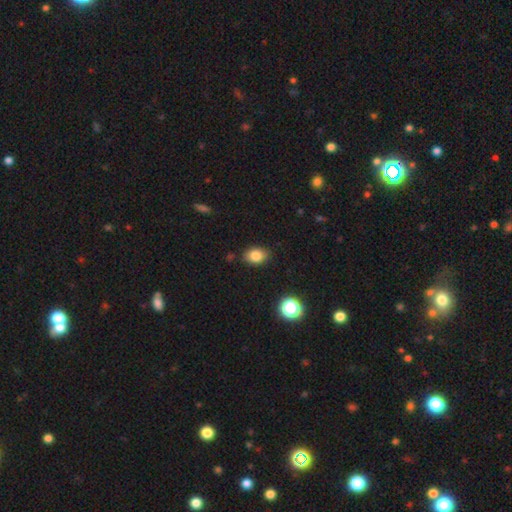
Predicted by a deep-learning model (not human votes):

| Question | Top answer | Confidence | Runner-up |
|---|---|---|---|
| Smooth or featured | smooth | 82% | star or artifact (11%) |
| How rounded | in between | 75% | round (24%) |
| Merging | none | 84% | minor disturbance (12%) |